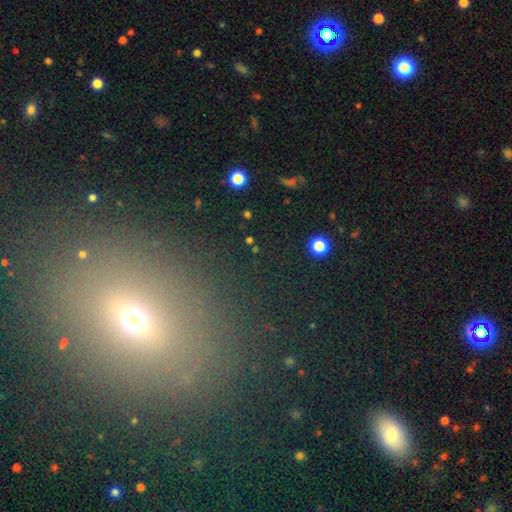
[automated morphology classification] smooth_or_featured: smooth (p=0.43) [alt: star or artifact p=0.42]
merging: none (p=0.82) [alt: minor disturbance p=0.09]